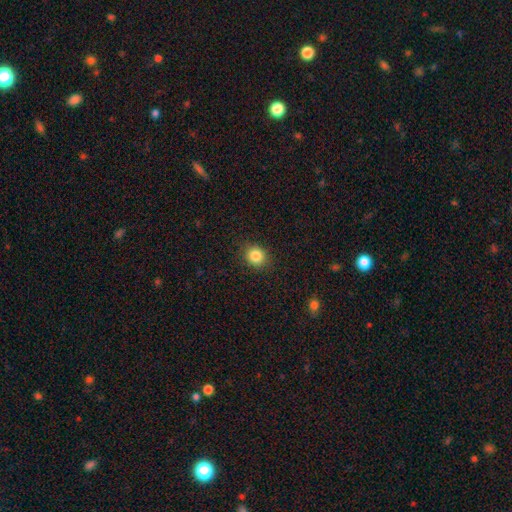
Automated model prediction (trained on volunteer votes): Smooth or featured?
  - smooth: 85% *
  - star or artifact: 10%
  - featured or disk: 5%
How rounded?
  - round: 75% *
  - in between: 24%
  - cigar-shaped: 1%
Merging?
  - none: 87% *
  - minor disturbance: 9%
  - major disturbance: 3%
  - merger: 1%